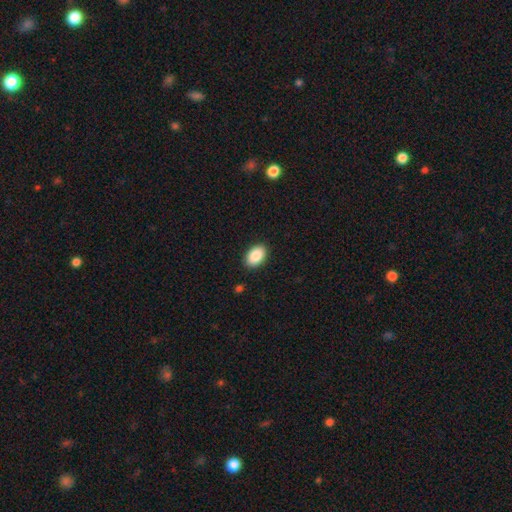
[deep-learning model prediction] Overall: smooth (89%). How rounded: in between (91%). Merging: none (89%).